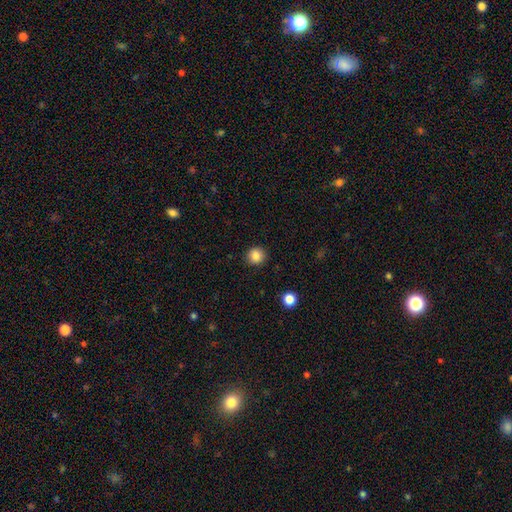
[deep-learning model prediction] Overall: smooth (85%). How rounded: round (91%). Merging: none (91%).